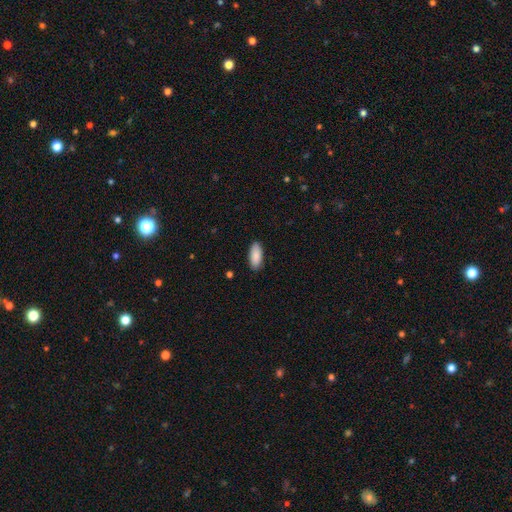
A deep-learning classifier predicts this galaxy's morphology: This is clearly a smooth galaxy (89%). How rounded: clearly in between (86%). Merging: clearly none (88%).